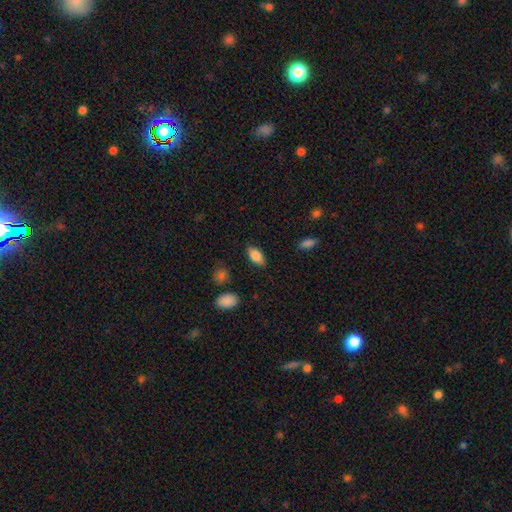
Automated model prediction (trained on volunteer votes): smooth 83%, featured or disk 10%, star or artifact 7%. Down the decision tree: how rounded — in between (90%); merging — none (86%).